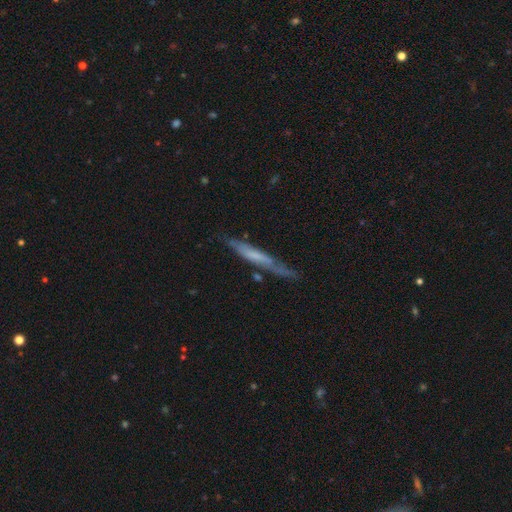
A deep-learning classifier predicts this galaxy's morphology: A featured or disk galaxy (54%) viewed edge-on (81%). Merging: none (63%).